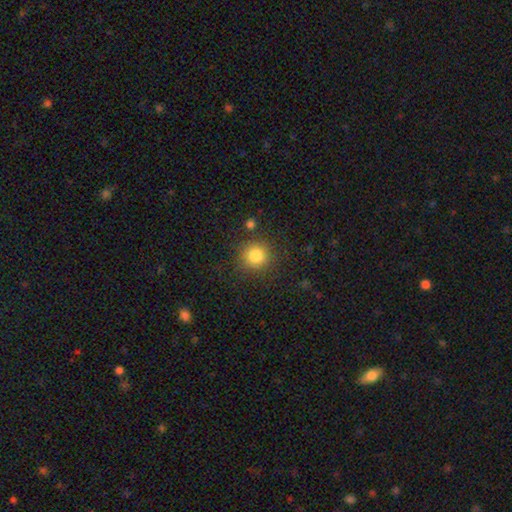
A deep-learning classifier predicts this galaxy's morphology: smooth 82%, star or artifact 12%, featured or disk 6%. Down the decision tree: how rounded — round (92%); merging — none (86%).